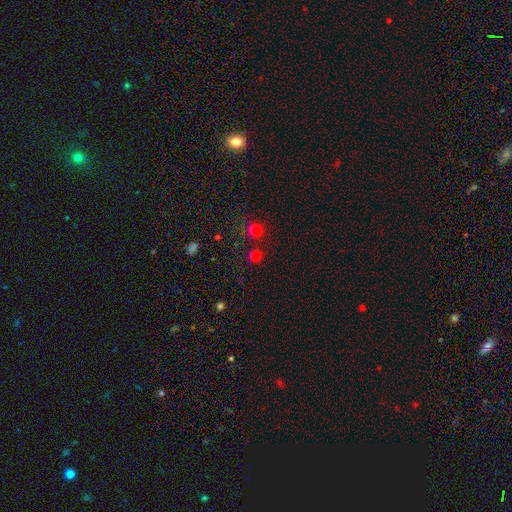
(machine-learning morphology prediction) A smooth galaxy with no disk features (54%) that is round (81%). Merging: none (68%).